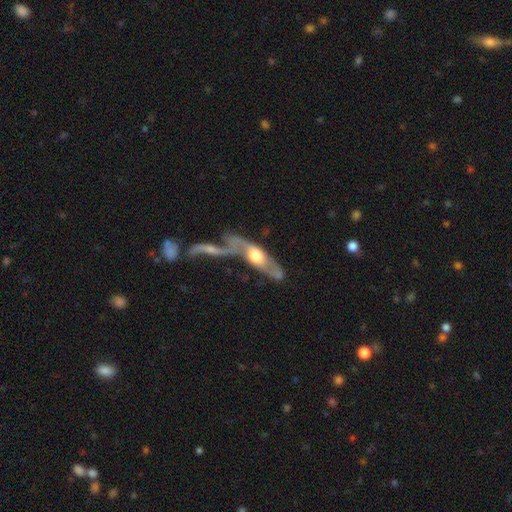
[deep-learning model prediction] Smooth or featured?
  - featured or disk: 65% *
  - smooth: 29%
  - star or artifact: 6%
Edge-on disk?
  - no: 50% * (tied)
  - yes: 50% * (tied)
Merging?
  - merger: 52% *
  - none: 25%
  - major disturbance: 13%
  - minor disturbance: 11%